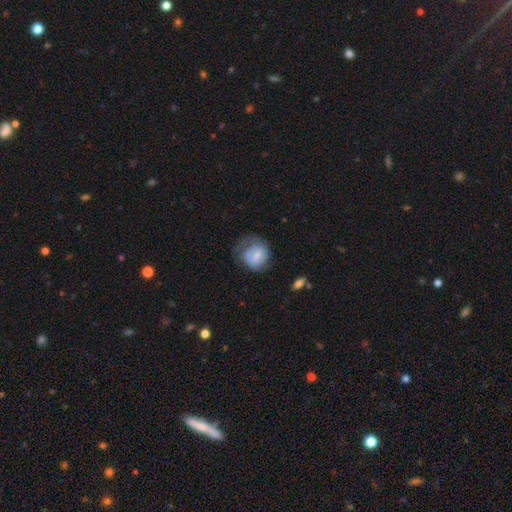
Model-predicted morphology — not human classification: smooth 53%, featured or disk 39%, star or artifact 7%. Down the decision tree: how rounded — round (69%); merging — none (38%).